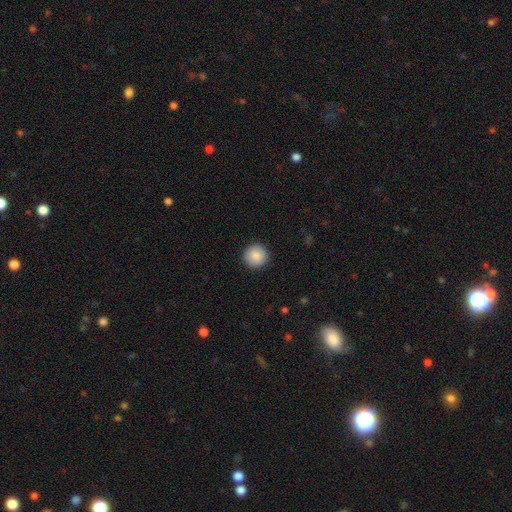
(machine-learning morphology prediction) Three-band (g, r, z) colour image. It shows a smooth galaxy with no disk features (88%) that is round (95%). Merging: none (92%).